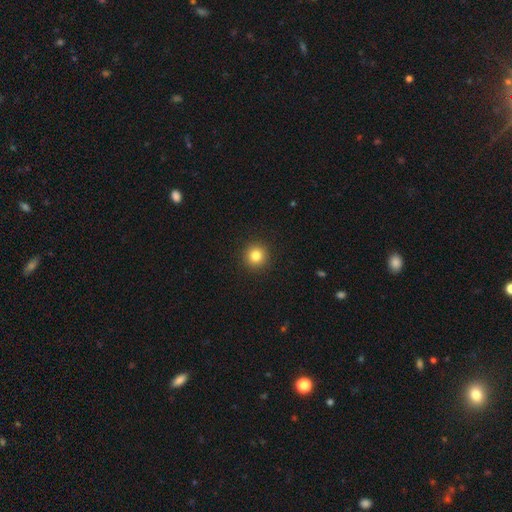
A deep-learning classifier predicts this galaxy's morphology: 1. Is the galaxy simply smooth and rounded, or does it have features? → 83% smooth, 11% star or artifact, 6% featured or disk.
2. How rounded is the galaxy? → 95% round, 4% in between, 1% cigar-shaped.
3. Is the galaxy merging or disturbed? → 93% none, 4% minor disturbance, 2% major disturbance, 1% merger.